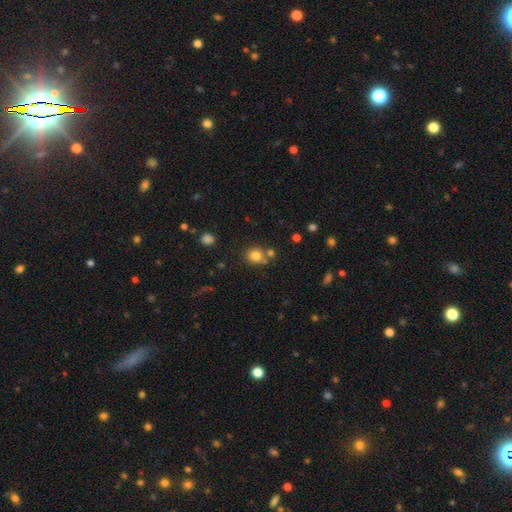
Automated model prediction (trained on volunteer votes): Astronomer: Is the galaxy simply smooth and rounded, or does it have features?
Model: smooth — 80%.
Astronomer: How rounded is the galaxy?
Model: round — 79%.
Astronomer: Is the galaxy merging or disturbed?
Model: none — 64%.